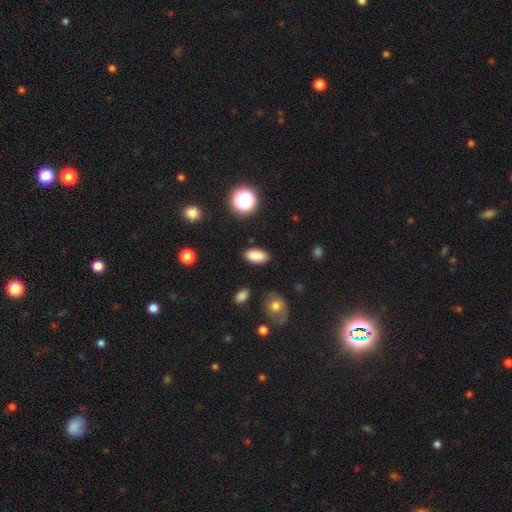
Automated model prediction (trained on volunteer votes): A smooth galaxy with no disk features (86%) that is in between round and cigar-shaped (92%).

Vote fractions:
- Smooth or featured? smooth: 86% / star or artifact: 9% / featured or disk: 5%
- How rounded? in between: 92% / round: 5% / cigar-shaped: 3%
- Merging? none: 88% / minor disturbance: 8% / major disturbance: 2% / merger: 2%